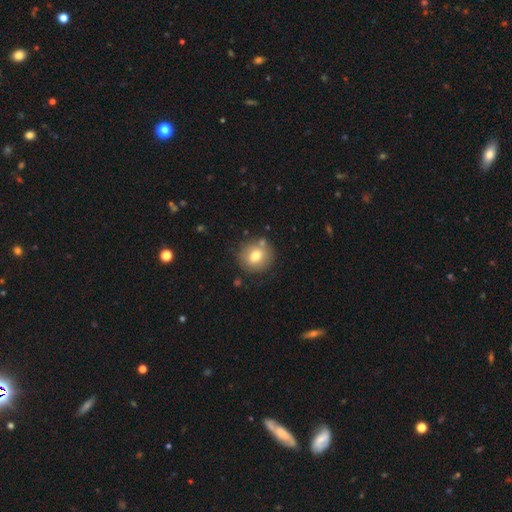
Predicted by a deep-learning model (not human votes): Q: Smooth or featured?
A: smooth (74%); runner-up: featured or disk (16%)
Q: How rounded?
A: round (86%); runner-up: in between (13%)
Q: Merging?
A: none (81%); runner-up: minor disturbance (10%)